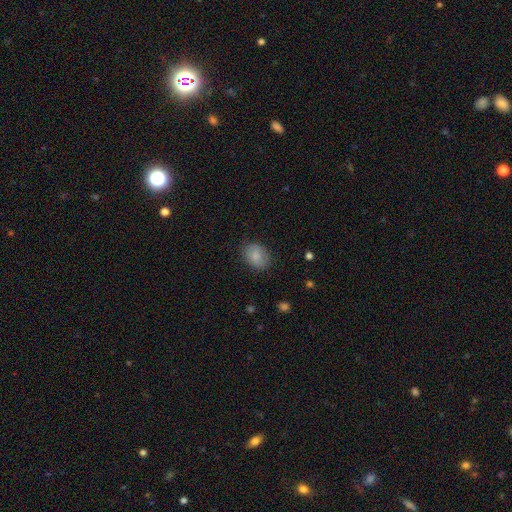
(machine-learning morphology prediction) Smooth or featured?
  - smooth: 84% *
  - featured or disk: 8%
  - star or artifact: 7%
How rounded?
  - in between: 67% *
  - round: 32%
  - cigar-shaped: 1%
Merging?
  - none: 80% *
  - minor disturbance: 15%
  - major disturbance: 4%
  - merger: 1%